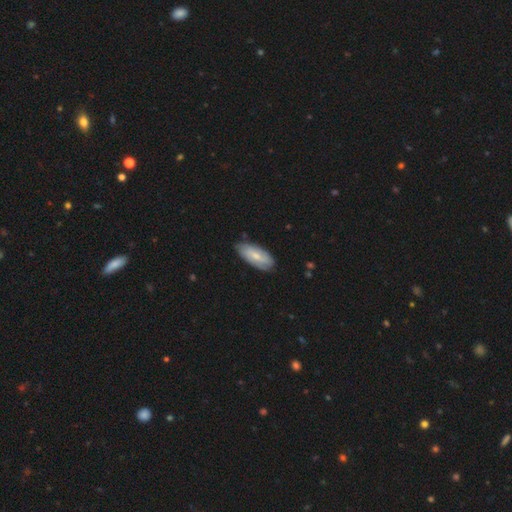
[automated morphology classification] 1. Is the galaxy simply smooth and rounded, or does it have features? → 52% smooth, 42% featured or disk, 5% star or artifact.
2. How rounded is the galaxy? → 84% in between, 13% cigar-shaped, 2% round.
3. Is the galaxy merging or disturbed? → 79% none, 17% minor disturbance, 3% major disturbance, 1% merger.